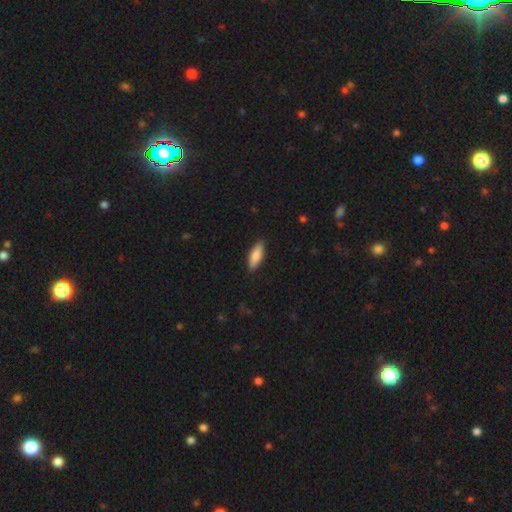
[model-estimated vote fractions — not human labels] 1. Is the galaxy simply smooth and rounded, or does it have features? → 80% smooth, 14% featured or disk, 6% star or artifact.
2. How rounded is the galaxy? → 55% in between, 43% cigar-shaped, 2% round.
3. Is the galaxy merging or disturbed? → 88% none, 9% minor disturbance, 2% major disturbance, 1% merger.